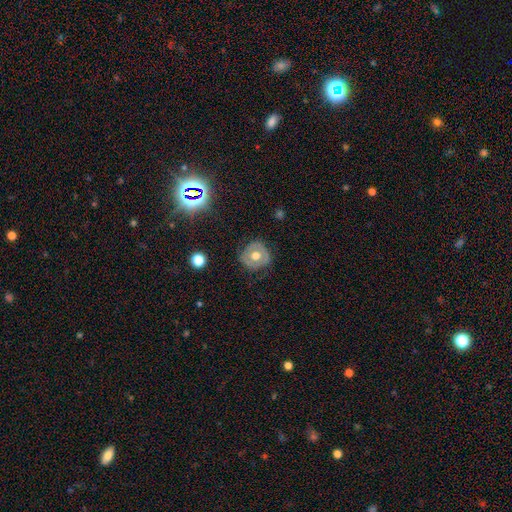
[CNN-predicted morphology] smooth-or-featured: smooth: 48% | featured or disk: 44% | star or artifact: 8%
  merging: none: 76% | minor disturbance: 17% | major disturbance: 5% | merger: 1%